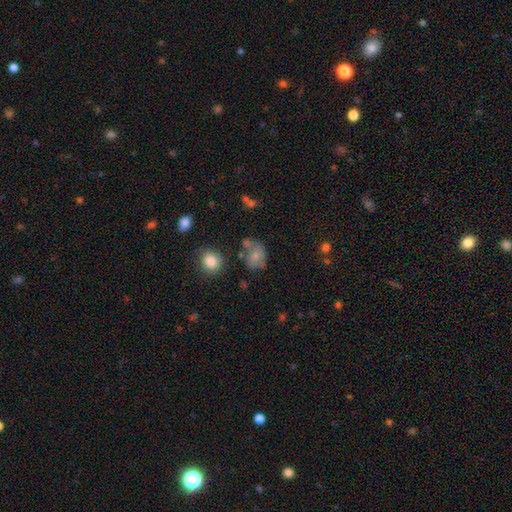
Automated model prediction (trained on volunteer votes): A smooth galaxy with no disk features (66%) that is in between round and cigar-shaped (51%). Merging: none (45%).